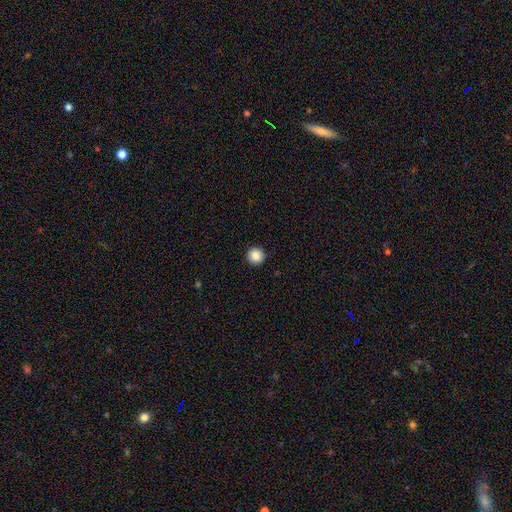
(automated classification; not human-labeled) smooth-or-featured: smooth: 86% | star or artifact: 9% | featured or disk: 5%
  how-rounded: round: 95% | in between: 4% | cigar-shaped: 1%
  merging: none: 93% | minor disturbance: 5% | major disturbance: 2% | merger: 1%